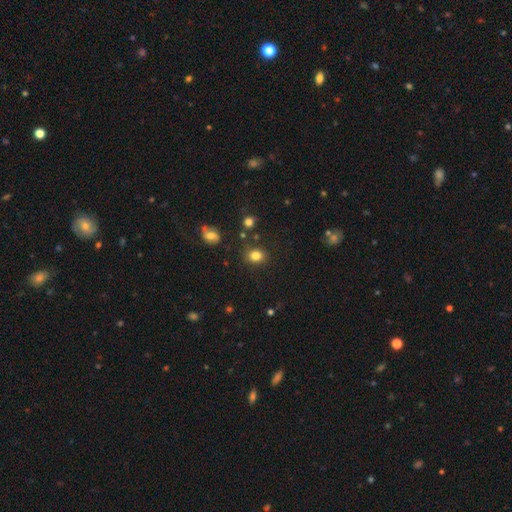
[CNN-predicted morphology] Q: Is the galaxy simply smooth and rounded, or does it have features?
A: smooth — 81%.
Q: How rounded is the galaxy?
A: round — 61%.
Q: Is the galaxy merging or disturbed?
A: none — 82%.